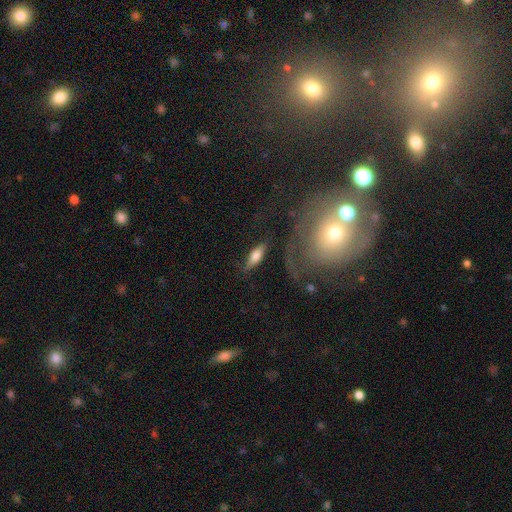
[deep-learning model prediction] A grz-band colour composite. It shows a smooth galaxy with no disk features (61%) that is in between round and cigar-shaped (59%). Merging: none (73%).